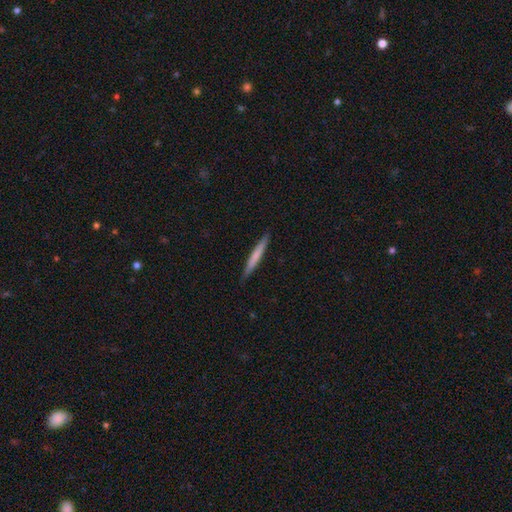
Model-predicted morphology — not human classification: Smooth or featured?
  - smooth: 64% *
  - featured or disk: 31%
  - star or artifact: 5%
How rounded?
  - cigar-shaped: 96% *
  - in between: 2%
  - round: 1%
Merging?
  - none: 90% *
  - minor disturbance: 8%
  - major disturbance: 1%
  - merger: 1%